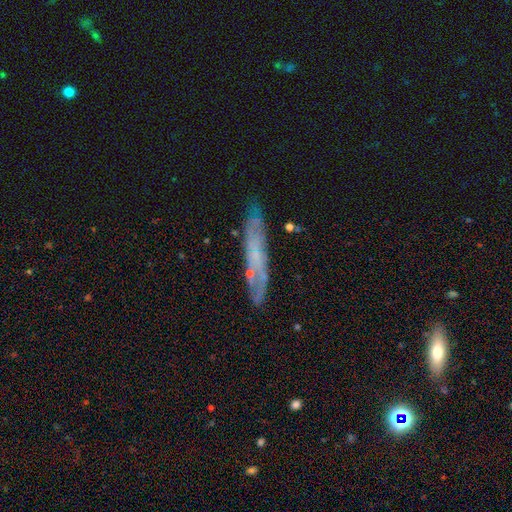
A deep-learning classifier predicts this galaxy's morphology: Smooth or featured: featured or disk — 59% (smooth — 32%)
Edge-on disk: yes — 55% (no — 45%)
Merging: none — 75% (minor disturbance — 17%)